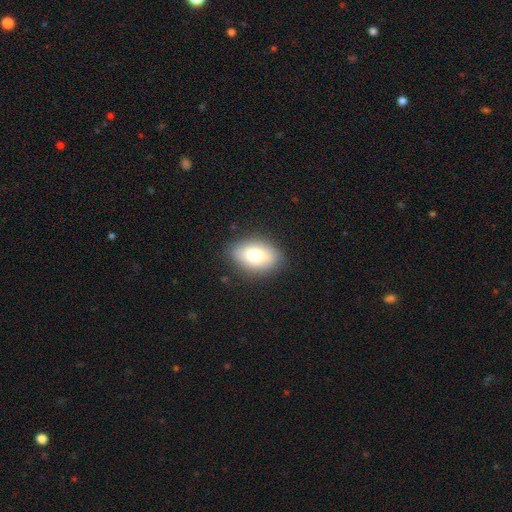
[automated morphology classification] Smooth or featured: smooth — 75% (featured or disk — 16%)
How rounded: in between — 85% (round — 13%)
Merging: none — 85% (minor disturbance — 11%)